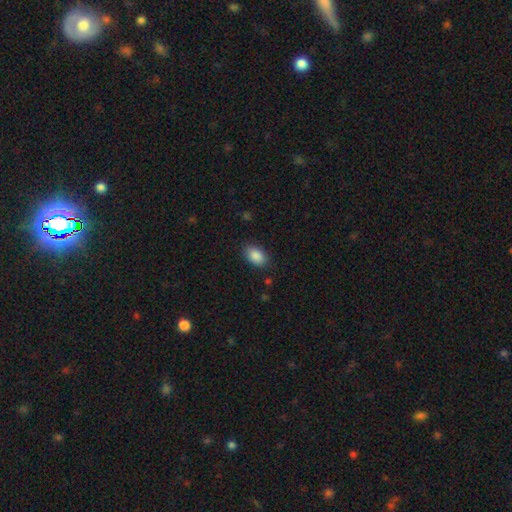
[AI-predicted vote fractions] This is clearly a smooth galaxy (88%). How rounded: clearly in between (89%). Merging: clearly none (85%).